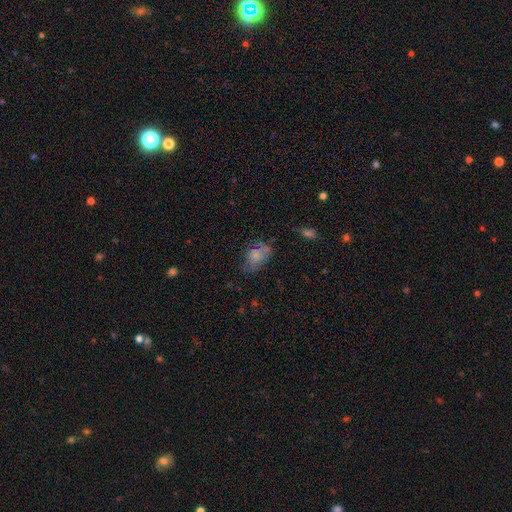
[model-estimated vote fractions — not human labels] smooth_or_featured: smooth (p=0.67) [alt: featured or disk p=0.24]
how_rounded: in between (p=0.82) [alt: round p=0.16]
merging: none (p=0.48) [alt: minor disturbance p=0.31]